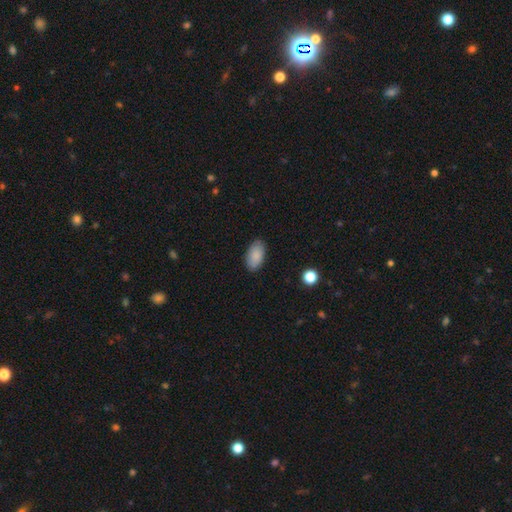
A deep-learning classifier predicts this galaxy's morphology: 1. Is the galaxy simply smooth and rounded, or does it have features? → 87% smooth, 7% star or artifact, 6% featured or disk.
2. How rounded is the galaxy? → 94% in between, 4% round, 2% cigar-shaped.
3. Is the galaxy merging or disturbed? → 86% none, 10% minor disturbance, 2% major disturbance, 1% merger.